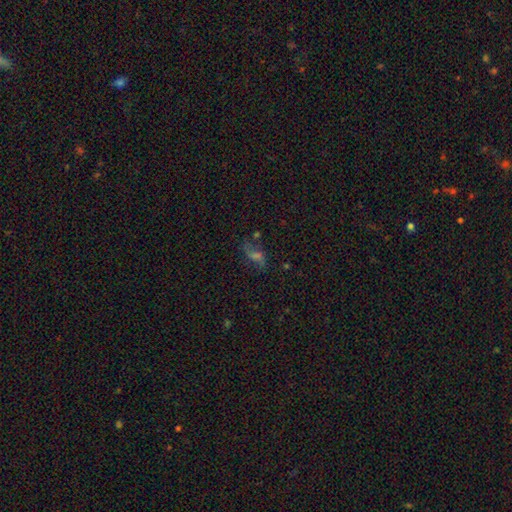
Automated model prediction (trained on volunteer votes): smooth_or_featured: featured or disk (p=0.37) [alt: smooth p=0.35]
merging: none (p=0.61) [alt: minor disturbance p=0.19]